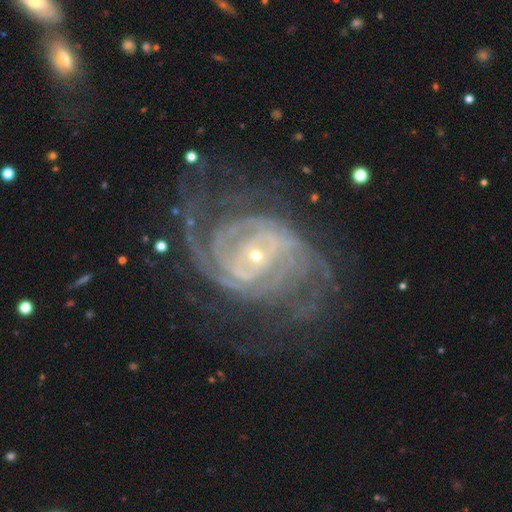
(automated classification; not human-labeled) Smooth or featured? featured or disk (91%)
Edge-on disk? no (97%)
Bar? no (49%)
Spiral arms? yes (98%)
Spiral winding? tight (66%)
Spiral arm count? 2 (28%)
Bulge size? small (80%)
Merging? none (64%)